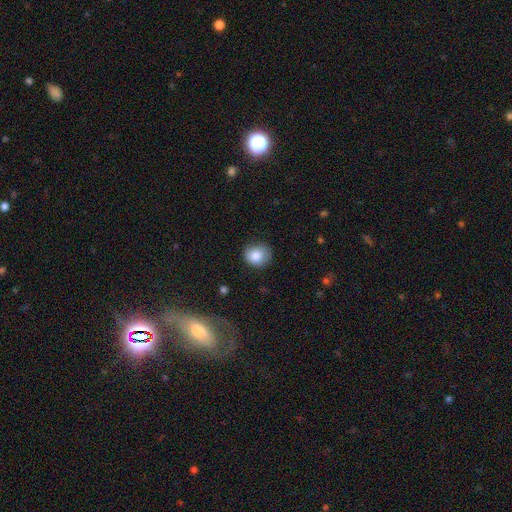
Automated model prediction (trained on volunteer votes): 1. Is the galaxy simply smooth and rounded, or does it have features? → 82% smooth, 9% featured or disk, 8% star or artifact.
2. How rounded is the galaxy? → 79% round, 20% in between, 1% cigar-shaped.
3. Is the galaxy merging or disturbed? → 78% none, 18% minor disturbance, 4% major disturbance, 1% merger.